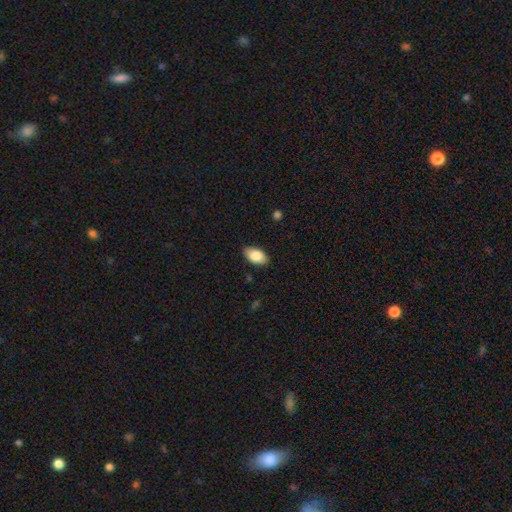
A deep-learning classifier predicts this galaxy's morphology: A smooth galaxy with no disk features (85%) that is in between round and cigar-shaped (94%).

Vote fractions:
- Smooth or featured? smooth: 85% / featured or disk: 9% / star or artifact: 6%
- How rounded? in between: 94% / round: 4% / cigar-shaped: 2%
- Merging? none: 86% / minor disturbance: 11% / major disturbance: 2% / merger: 1%